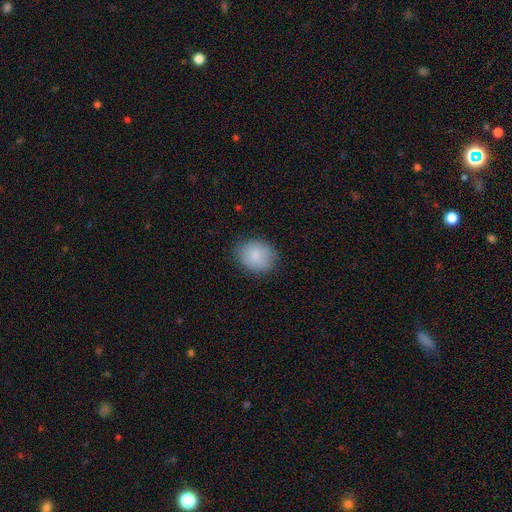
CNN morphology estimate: smooth 83%, featured or disk 10%, star or artifact 7%. Down the decision tree: how rounded — round (65%); merging — none (81%).